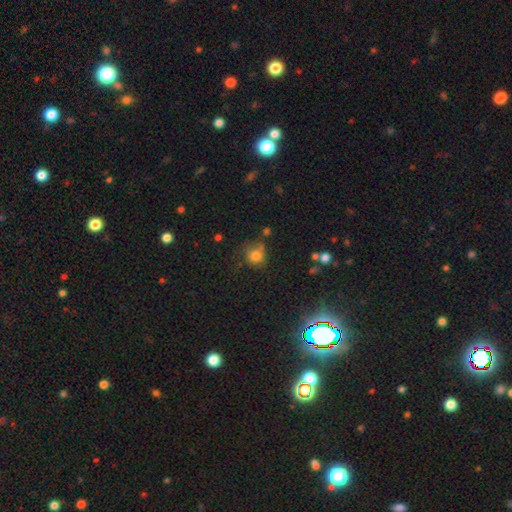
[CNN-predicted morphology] smooth_or_featured: smooth (p=0.77) [alt: star or artifact p=0.13]
how_rounded: round (p=0.82) [alt: in between p=0.17]
merging: none (p=0.59) [alt: minor disturbance p=0.23]